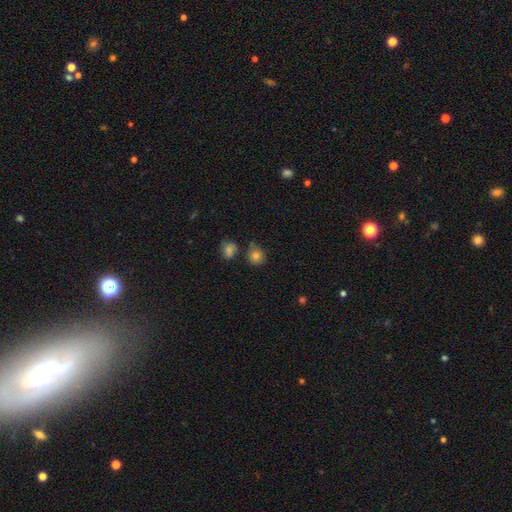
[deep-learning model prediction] Smooth or featured? Predicted: smooth (p=0.81). How rounded? Predicted: round (p=0.83). Merging? Predicted: none (p=0.67).